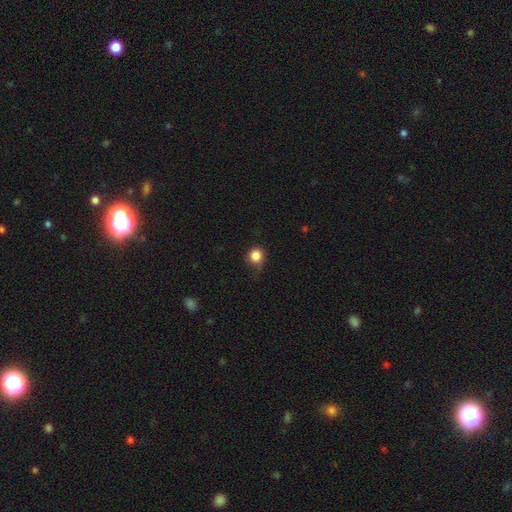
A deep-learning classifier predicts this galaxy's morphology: Smooth or featured? Predicted: smooth (p=0.85). How rounded? Predicted: round (p=0.86). Merging? Predicted: none (p=0.63).